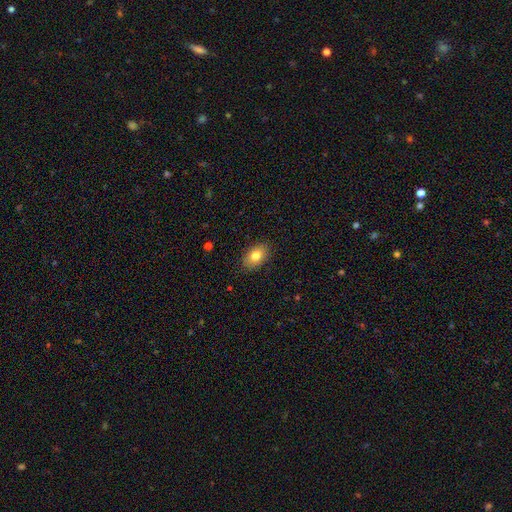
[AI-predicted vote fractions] smooth-or-featured: smooth: 80% | featured or disk: 12% | star or artifact: 8%
  how-rounded: in between: 86% | round: 12% | cigar-shaped: 1%
  merging: none: 87% | minor disturbance: 10% | major disturbance: 2% | merger: 1%